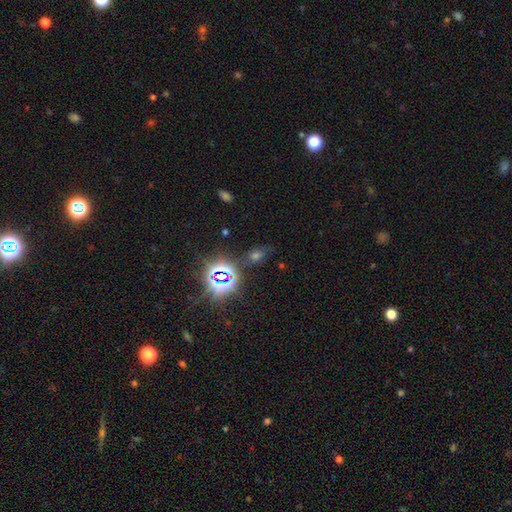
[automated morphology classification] This is possibly a star or artifact rather than a galaxy (57%).